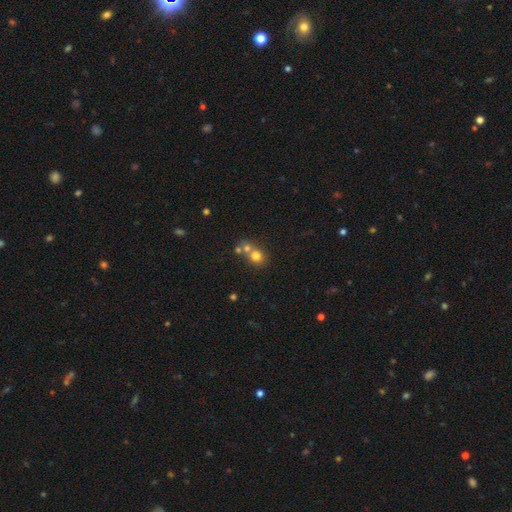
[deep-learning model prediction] Overall: smooth (72%). How rounded: round (77%). Merging: merger (49%; none 41%).